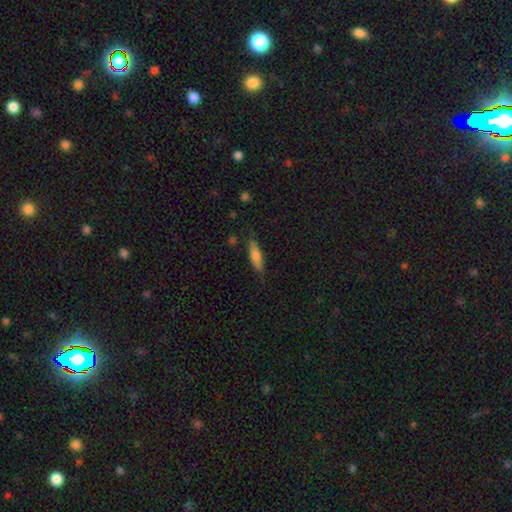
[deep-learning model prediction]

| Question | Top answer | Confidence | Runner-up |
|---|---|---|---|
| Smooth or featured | smooth | 72% | featured or disk (22%) |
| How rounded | cigar-shaped | 65% | in between (33%) |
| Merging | none | 81% | minor disturbance (14%) |